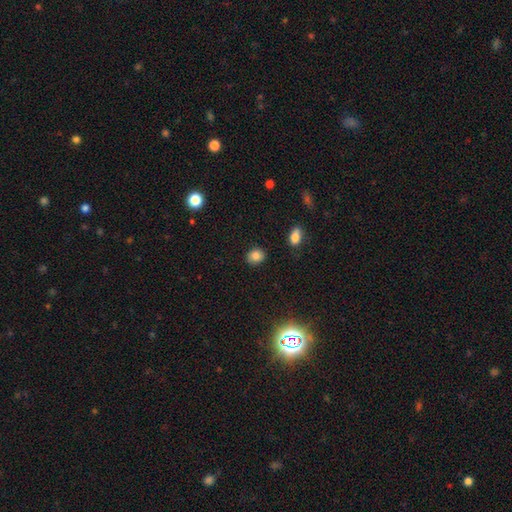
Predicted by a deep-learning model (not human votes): Smooth or featured? smooth (84%)
How rounded? round (63%)
Merging? none (88%)